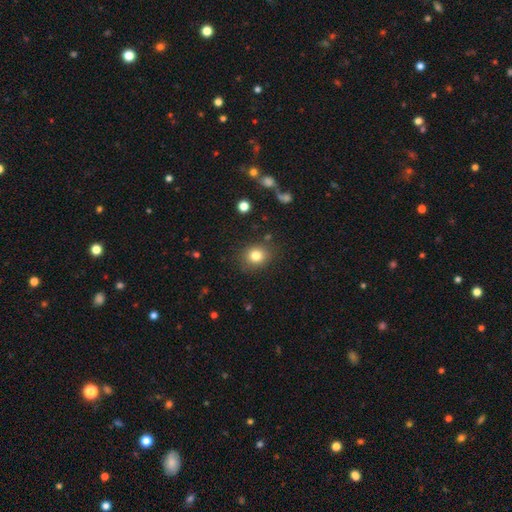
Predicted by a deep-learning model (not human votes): smooth_or_featured: smooth (p=0.80) [alt: star or artifact p=0.12]
how_rounded: round (p=0.71) [alt: in between p=0.28]
merging: none (p=0.85) [alt: minor disturbance p=0.10]